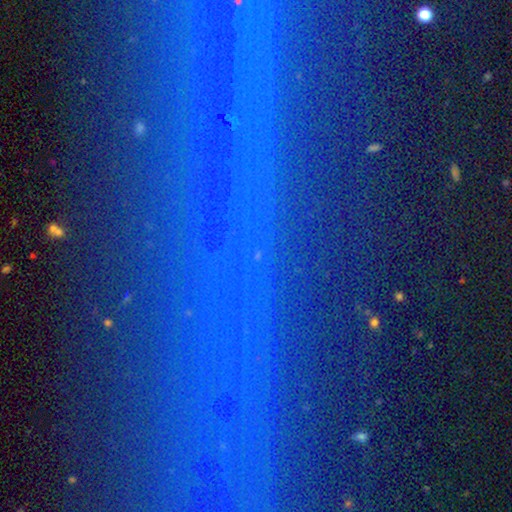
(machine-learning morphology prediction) This is likely a star or artifact rather than a galaxy (78%).